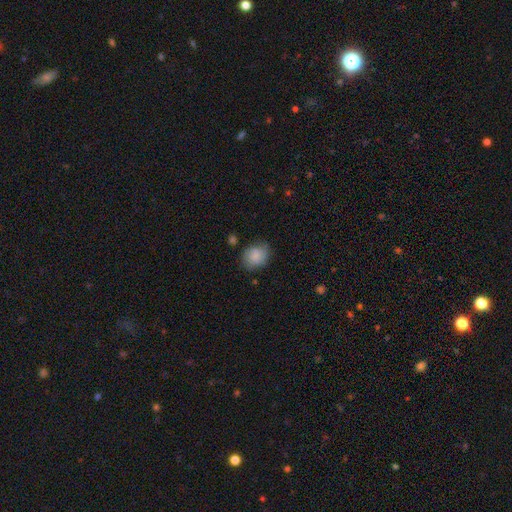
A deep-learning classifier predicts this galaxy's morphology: This appears to be a smooth galaxy with no disk features (85%) that is round (60%). Merging: none (73%).